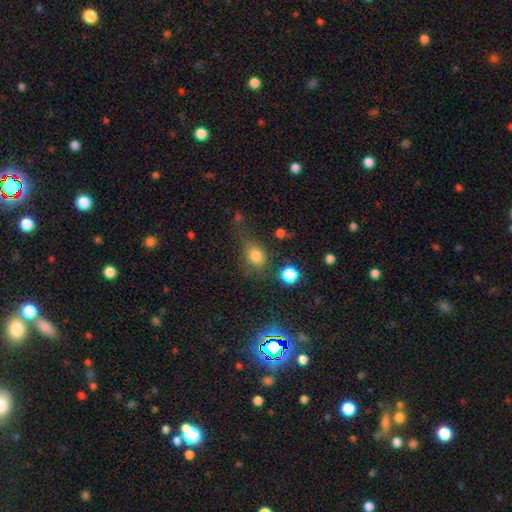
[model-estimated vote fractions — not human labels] Morphology: type=smooth (76%); roundness=round (50%); merging=none (52%).